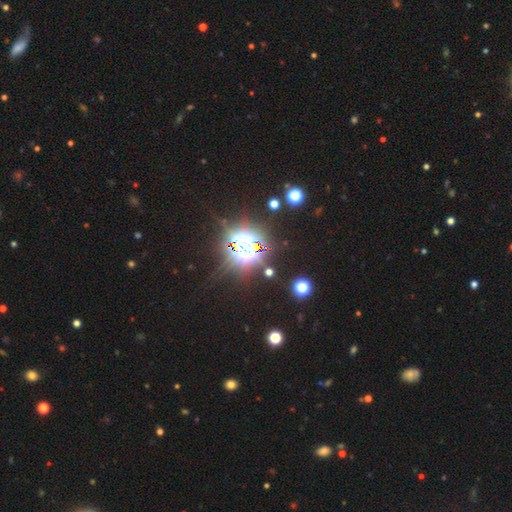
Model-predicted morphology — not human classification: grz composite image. It shows a star or artifact, not a galaxy (86%).